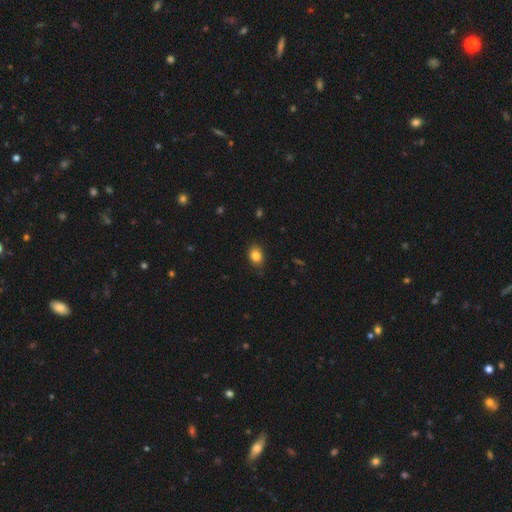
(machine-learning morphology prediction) Smooth or featured?
  - smooth: 84% *
  - star or artifact: 10%
  - featured or disk: 7%
How rounded?
  - in between: 64% *
  - round: 35%
  - cigar-shaped: 1%
Merging?
  - none: 81% *
  - minor disturbance: 16%
  - major disturbance: 3%
  - merger: 1%